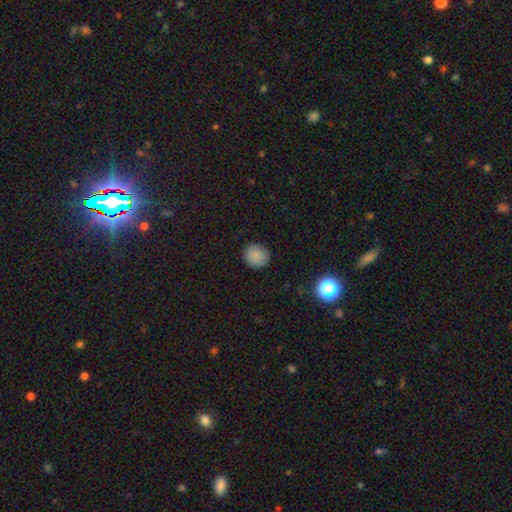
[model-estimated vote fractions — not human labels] Smooth or featured? Predicted: smooth (p=0.86). How rounded? Predicted: round (p=0.85). Merging? Predicted: none (p=0.88).